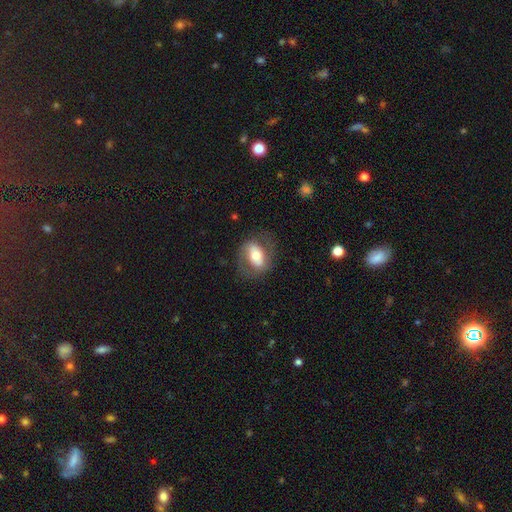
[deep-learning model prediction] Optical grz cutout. It shows a smooth galaxy with no disk features (49%). Merging: none (70%).